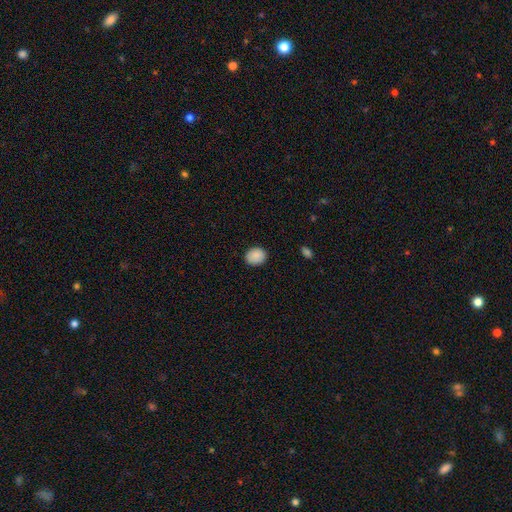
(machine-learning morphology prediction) Smooth or featured?
  - smooth: 89% *
  - star or artifact: 8%
  - featured or disk: 3%
How rounded?
  - round: 62% *
  - in between: 37%
  - cigar-shaped: 1%
Merging?
  - none: 88% *
  - minor disturbance: 9%
  - major disturbance: 2%
  - merger: 1%